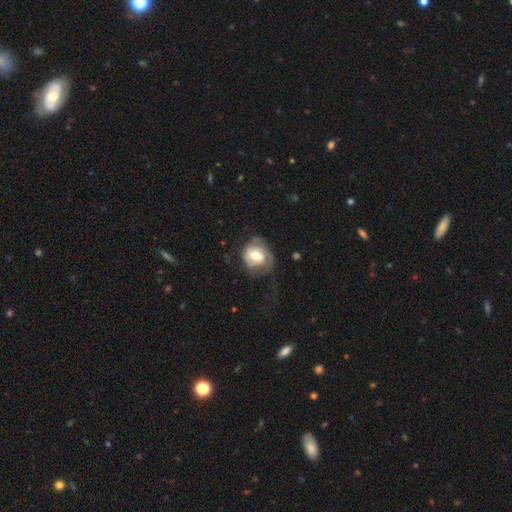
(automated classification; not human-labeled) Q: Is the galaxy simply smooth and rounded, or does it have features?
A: featured or disk — 52%.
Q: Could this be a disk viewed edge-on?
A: no — 97%.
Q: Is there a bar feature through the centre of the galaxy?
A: no — 54%.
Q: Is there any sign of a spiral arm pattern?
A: yes — 71%.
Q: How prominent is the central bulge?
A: moderate — 64%.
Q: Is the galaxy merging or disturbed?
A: none — 43%.